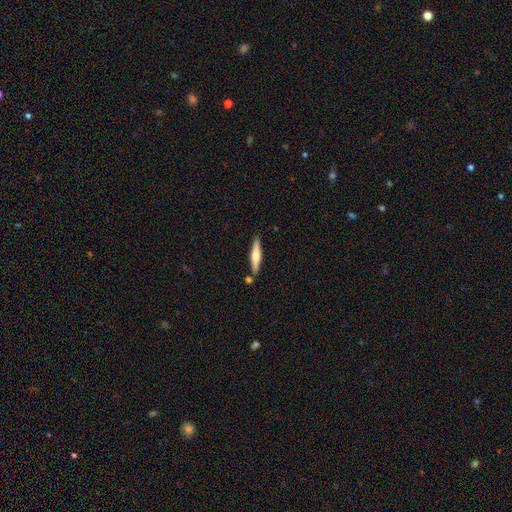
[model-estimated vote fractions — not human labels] smooth_or_featured: featured or disk (p=0.48) [alt: smooth p=0.47]
merging: none (p=0.82) [alt: minor disturbance p=0.09]